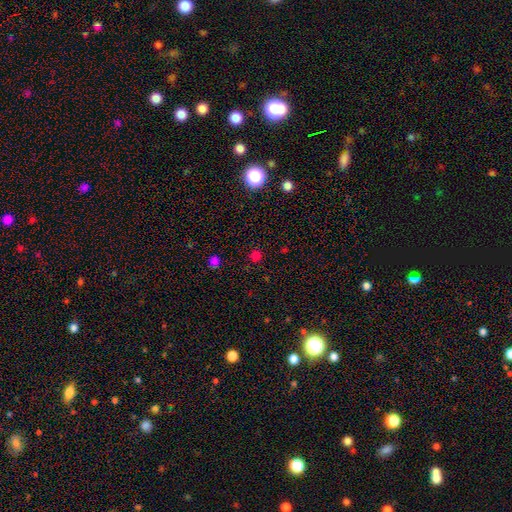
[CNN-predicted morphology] This appears to be a smooth galaxy with no disk features (66%) that is round (90%). Merging: none (87%).